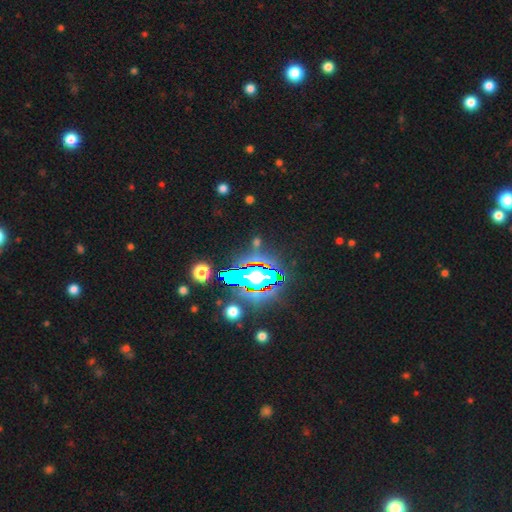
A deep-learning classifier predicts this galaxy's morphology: Smooth or featured?
  - star or artifact: 84% *
  - smooth: 9%
  - featured or disk: 7%